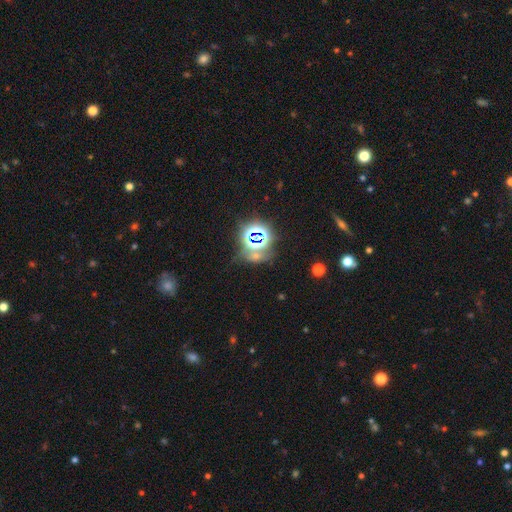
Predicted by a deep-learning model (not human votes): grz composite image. It shows a star or artifact, not a galaxy (68%).